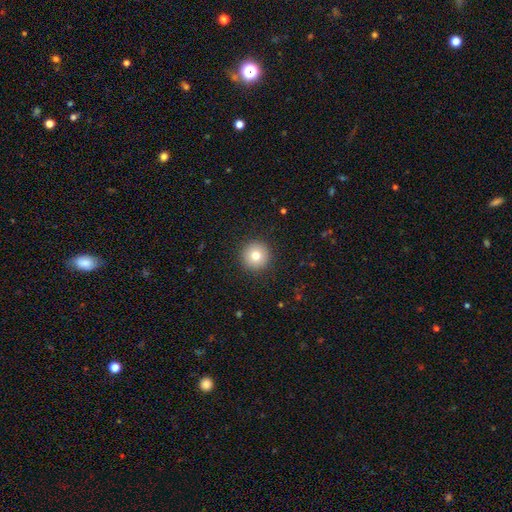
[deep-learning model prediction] Morphology: type=smooth (78%); roundness=round (96%); merging=none (92%).